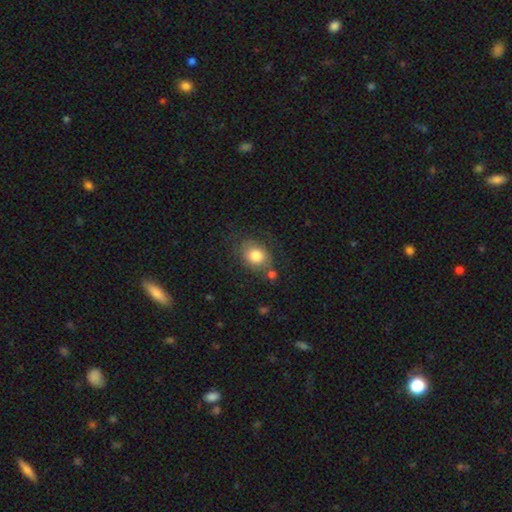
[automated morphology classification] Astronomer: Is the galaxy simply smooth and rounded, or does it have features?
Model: smooth — 71%.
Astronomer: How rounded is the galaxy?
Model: round — 52% (runner-up: in between, 47%).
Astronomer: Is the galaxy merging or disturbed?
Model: none — 61%.